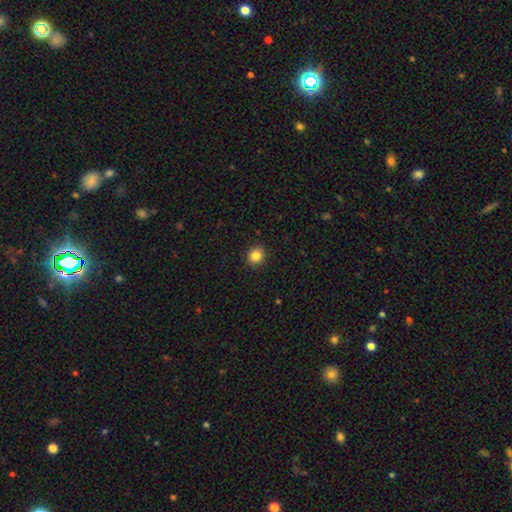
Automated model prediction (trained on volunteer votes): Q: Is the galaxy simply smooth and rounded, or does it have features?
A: smooth — 85%.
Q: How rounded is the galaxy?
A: round — 85%.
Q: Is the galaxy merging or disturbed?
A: none — 92%.